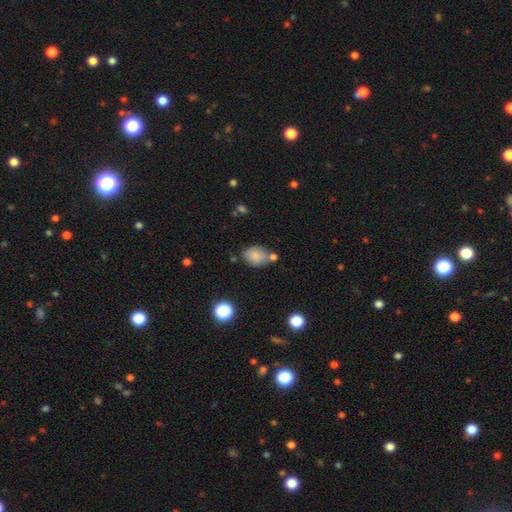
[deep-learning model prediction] Smooth or featured? smooth (81%)
How rounded? in between (65%)
Merging? none (59%)